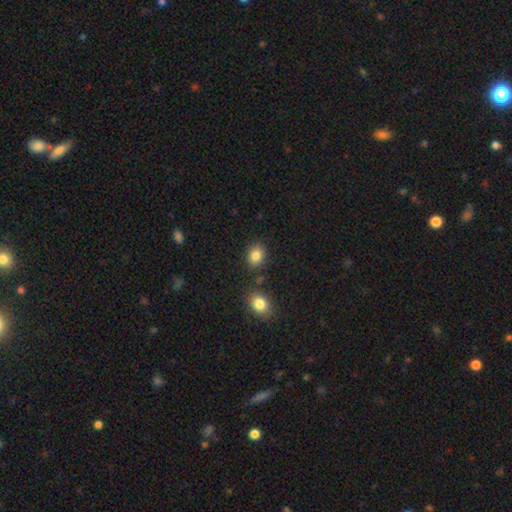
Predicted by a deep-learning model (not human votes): Morphology: type=smooth (84%); roundness=round (51%); merging=none (82%).